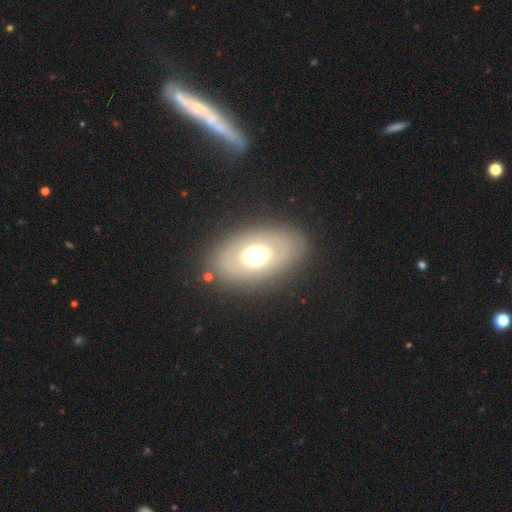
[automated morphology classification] The model was most divided on "smooth or featured": smooth: 55%, featured or disk: 36%, star or artifact: 10%. More confident: merging — none (83%); how rounded — in between (83%).